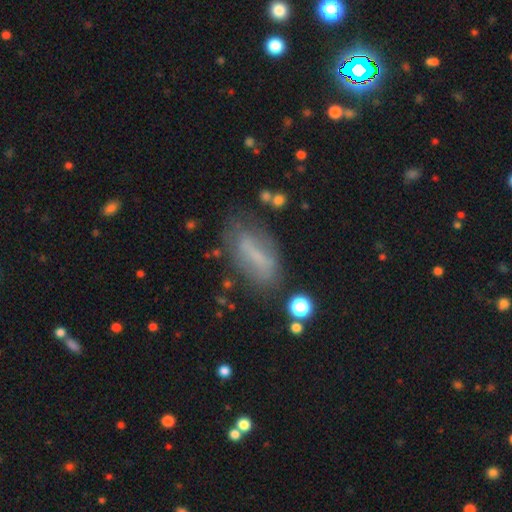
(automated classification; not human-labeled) Smooth or featured? Predicted: smooth (p=0.52). How rounded? Predicted: in between (p=0.68). Merging? Predicted: none (p=0.63).